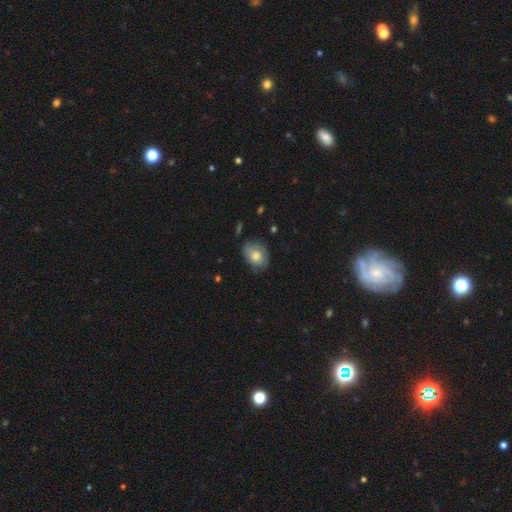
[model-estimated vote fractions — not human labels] The model was most divided on "how rounded": in between: 66%, round: 33%, cigar-shaped: 1%. More confident: smooth or featured — smooth (65%); merging — none (64%).